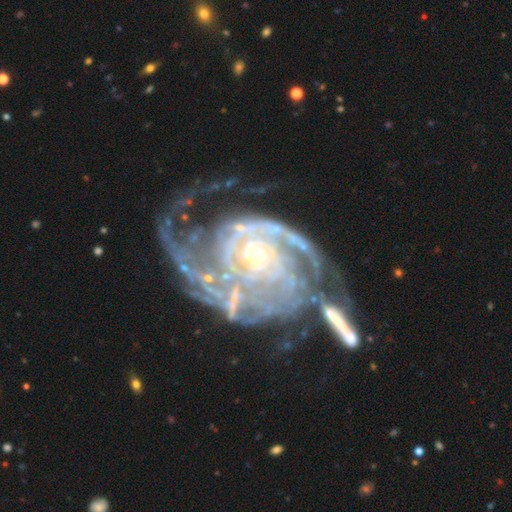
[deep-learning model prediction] Smooth or featured?
  - featured or disk: 92% *
  - star or artifact: 5%
  - smooth: 3%
Edge-on disk?
  - no: 97% *
  - yes: 3%
Bar?
  - no: 74% *
  - weak: 18%
  - strong: 8%
Spiral arms?
  - yes: 97% *
  - no: 3%
Spiral winding?
  - tight: 60% *
  - medium: 30%
  - loose: 10%
Spiral arm count?
  - 2: 37% *
  - can't tell: 19%
  - 3: 17%
  - 4: 9%
  - more than 4: 9%
  - 1: 9%
Bulge size?
  - small: 75% *
  - moderate: 20%
  - large: 2%
  - none: 2%
  - dominant: 1%
Merging?
  - none: 31% * (tied)
  - major disturbance: 31% * (tied)
  - merger: 20%
  - minor disturbance: 18%